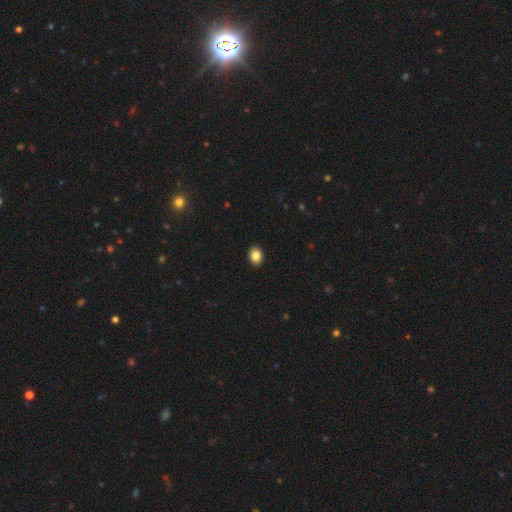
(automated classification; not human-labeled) smooth-or-featured: smooth: 87% | star or artifact: 9% | featured or disk: 5%
  how-rounded: in between: 53% | round: 46% | cigar-shaped: 1%
  merging: none: 92% | minor disturbance: 6% | major disturbance: 2% | merger: 1%